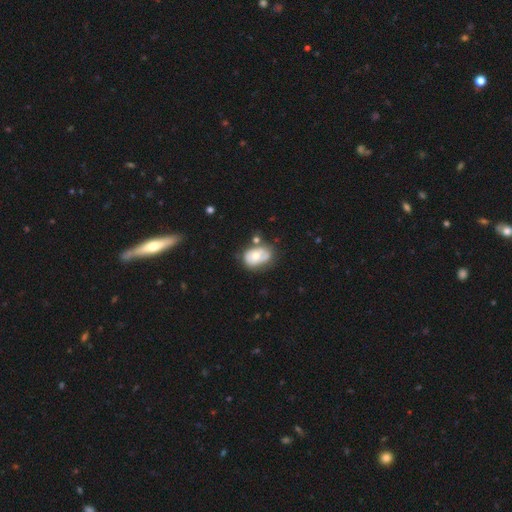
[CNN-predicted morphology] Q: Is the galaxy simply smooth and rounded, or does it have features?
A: smooth — 53%.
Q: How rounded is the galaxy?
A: in between — 76%.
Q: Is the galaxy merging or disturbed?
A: none — 46%.